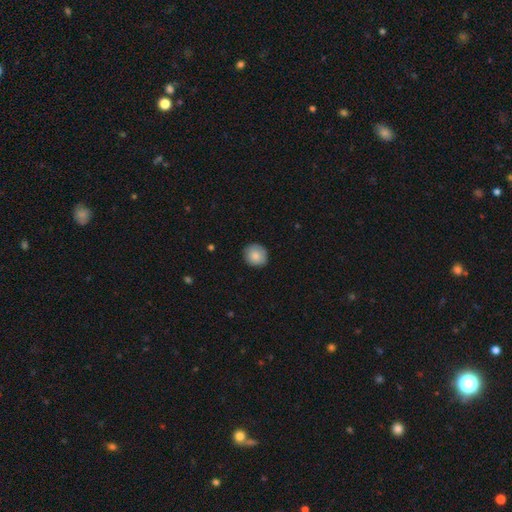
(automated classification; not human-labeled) This is clearly a smooth galaxy (84%). How rounded: clearly round (88%). Merging: clearly none (86%).